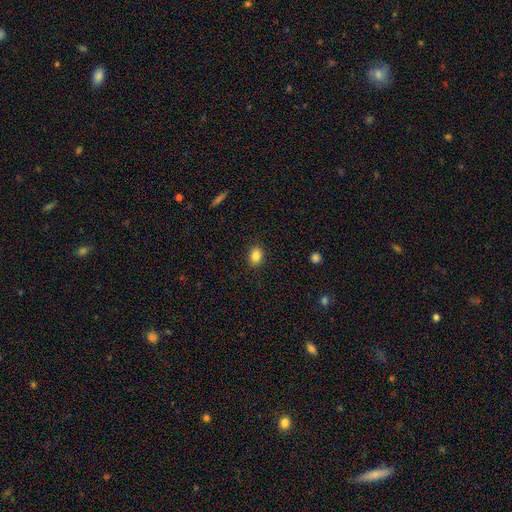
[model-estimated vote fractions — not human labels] This appears to be a smooth galaxy with no disk features (85%) that is in between round and cigar-shaped (58%). Merging: none (89%).